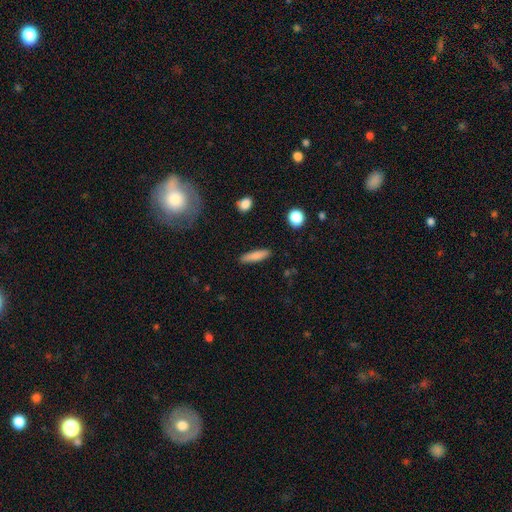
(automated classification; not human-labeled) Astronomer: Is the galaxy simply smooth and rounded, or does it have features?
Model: smooth — 82%.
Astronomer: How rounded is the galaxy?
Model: cigar-shaped — 76%.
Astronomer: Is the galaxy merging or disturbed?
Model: none — 89%.